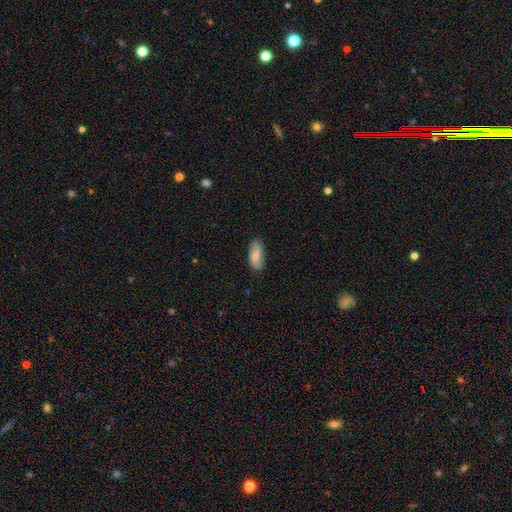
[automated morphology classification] smooth_or_featured: smooth (p=0.74) [alt: featured or disk p=0.19]
how_rounded: in between (p=0.83) [alt: cigar-shaped p=0.15]
merging: none (p=0.77) [alt: minor disturbance p=0.18]